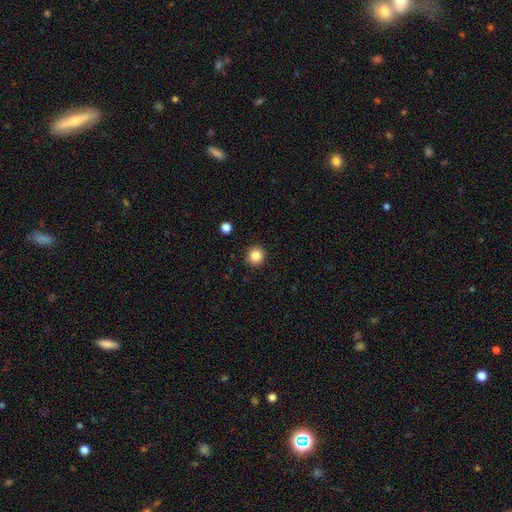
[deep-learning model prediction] This appears to be a smooth galaxy with no disk features (85%) that is round (94%). Merging: none (92%).